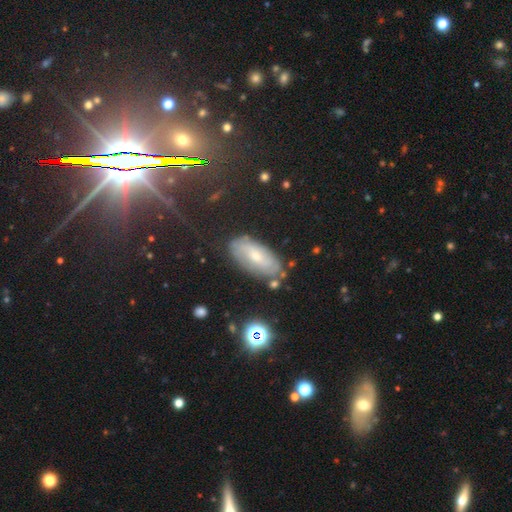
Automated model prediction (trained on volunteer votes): Smooth or featured: featured or disk — 50% (smooth — 34%)
Merging: none — 76% (minor disturbance — 17%)